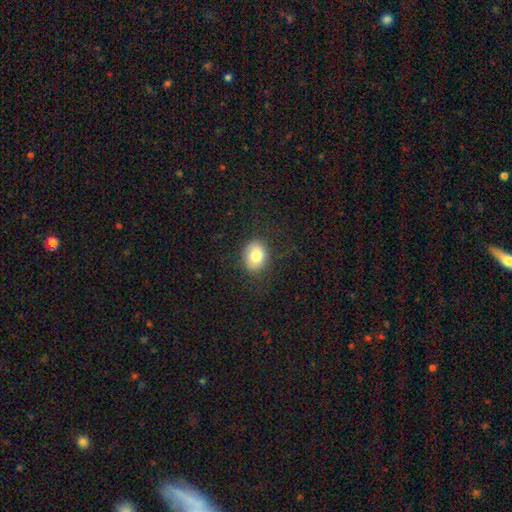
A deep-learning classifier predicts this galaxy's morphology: type=smooth (81%); roundness=in between (58%); merging=none (81%).